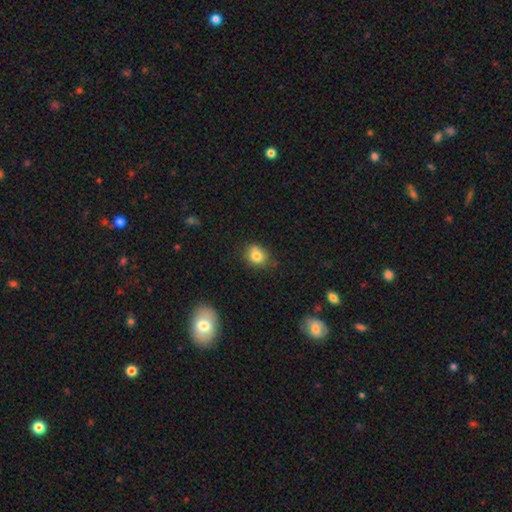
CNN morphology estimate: Q: Smooth or featured?
A: smooth (80%); runner-up: star or artifact (11%)
Q: How rounded?
A: round (67%); runner-up: in between (32%)
Q: Merging?
A: none (67%); runner-up: minor disturbance (22%)